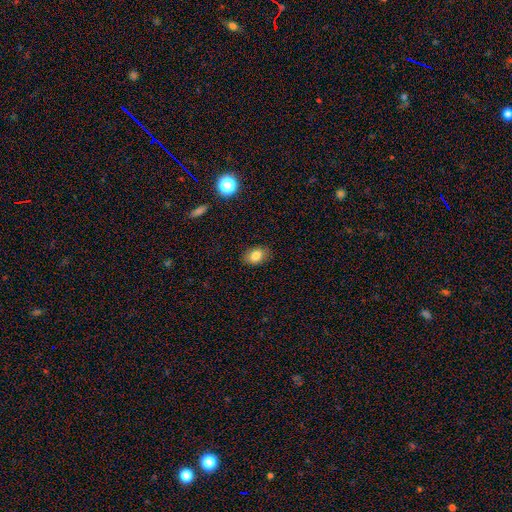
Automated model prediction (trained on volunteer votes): A smooth galaxy with no disk features (81%) that is in between round and cigar-shaped (77%). Merging: none (87%).